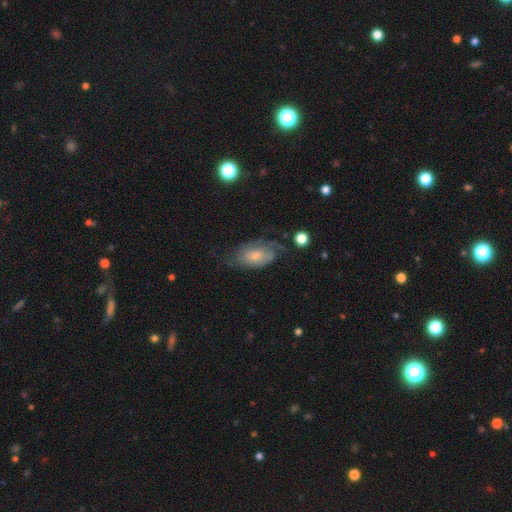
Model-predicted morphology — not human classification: Smooth or featured? Predicted: featured or disk (p=0.61). Edge-on disk? Predicted: no (p=0.94). Bar? Predicted: no (p=0.70). Spiral arms? Predicted: yes (p=0.85). Bulge size? Predicted: moderate (p=0.44, tied with small). Merging? Predicted: none (p=0.52).